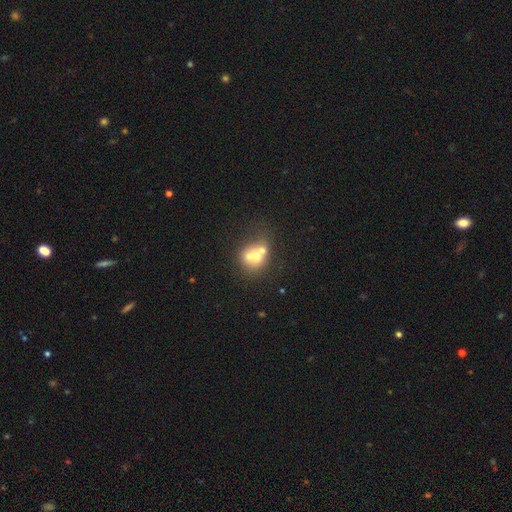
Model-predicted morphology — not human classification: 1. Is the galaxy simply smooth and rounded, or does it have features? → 56% smooth, 32% featured or disk, 12% star or artifact.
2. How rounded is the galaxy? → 69% round, 30% in between, 1% cigar-shaped.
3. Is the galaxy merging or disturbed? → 61% merger, 26% none, 8% minor disturbance, 5% major disturbance.